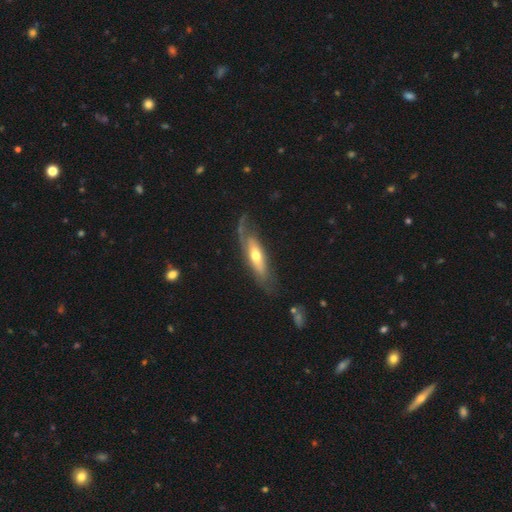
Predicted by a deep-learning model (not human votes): This is possibly a featured or disk galaxy (59%). It is possibly not viewed edge-on (57%). Merging: possibly none (54%).